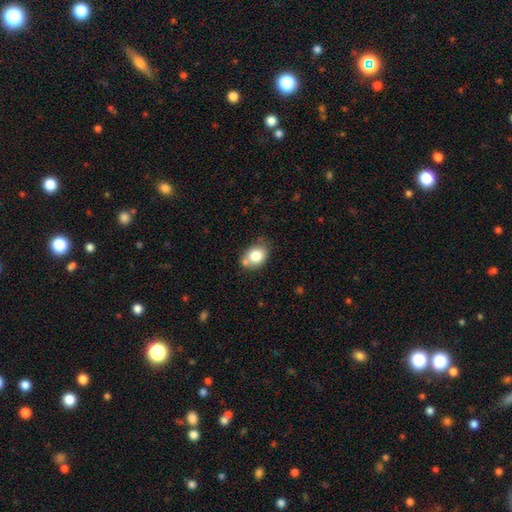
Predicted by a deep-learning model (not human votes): Morphology: type=smooth (80%); roundness=in between (55%); merging=none (61%).